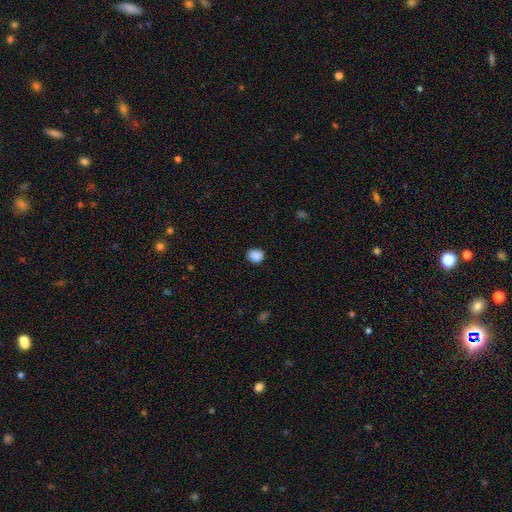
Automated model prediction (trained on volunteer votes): Smooth or featured: smooth — 88% (star or artifact — 9%)
How rounded: round — 69% (in between — 30%)
Merging: none — 83% (minor disturbance — 13%)